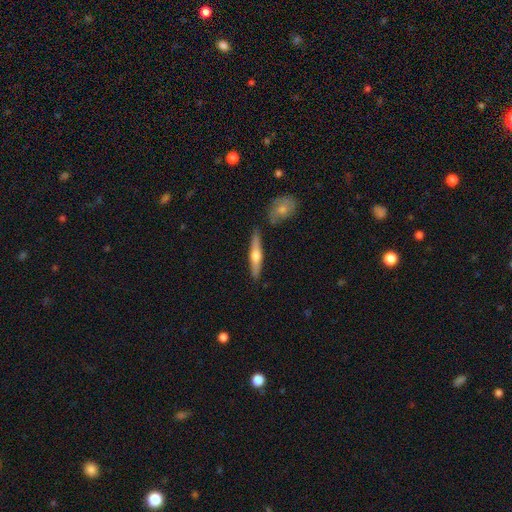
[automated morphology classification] Smooth or featured: featured or disk — 52% (smooth — 43%)
Edge-on disk: yes — 94% (no — 6%)
Merging: none — 83% (minor disturbance — 9%)